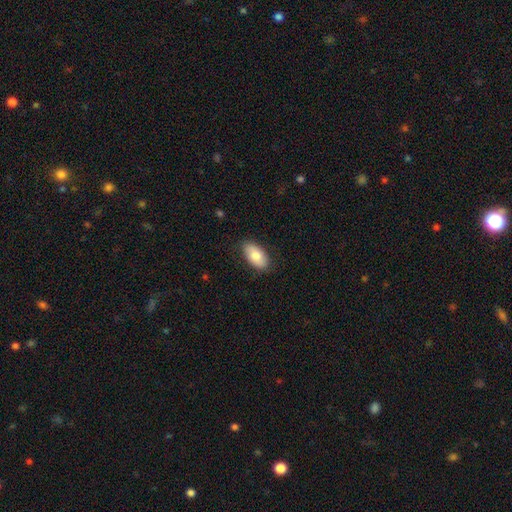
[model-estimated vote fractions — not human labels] The model was most divided on "smooth or featured": smooth: 80%, featured or disk: 14%, star or artifact: 6%. More confident: how rounded — in between (94%); merging — none (84%).